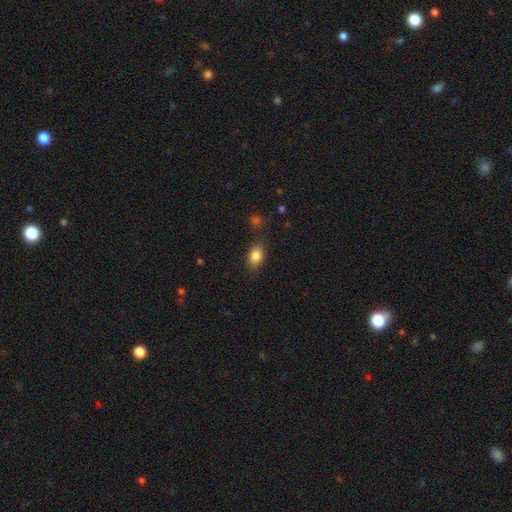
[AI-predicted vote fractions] The model was most divided on "how rounded": in between: 83%, round: 15%, cigar-shaped: 2%. More confident: smooth or featured — smooth (84%); merging — none (81%).